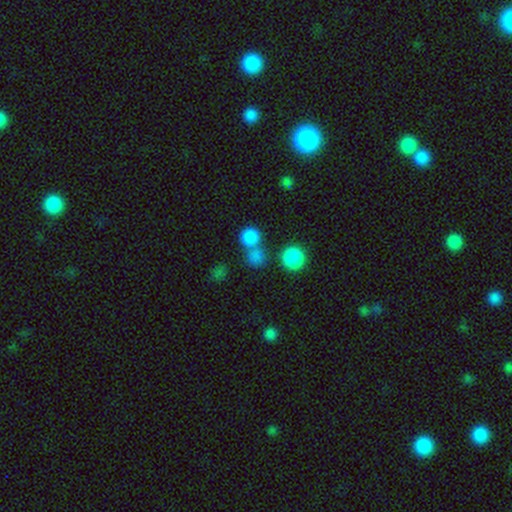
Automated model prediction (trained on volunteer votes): This appears to be a smooth galaxy with no disk features (81%) that is round (88%). Merging: none (58%).